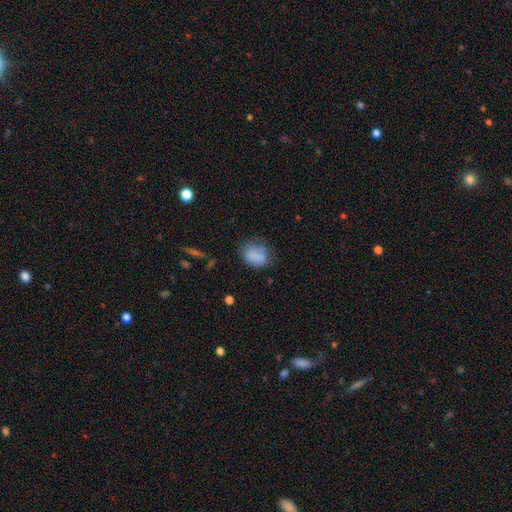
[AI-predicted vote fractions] Overall: smooth (80%). How rounded: in between (64%; round 35%). Merging: none (57%; minor disturbance 27%).